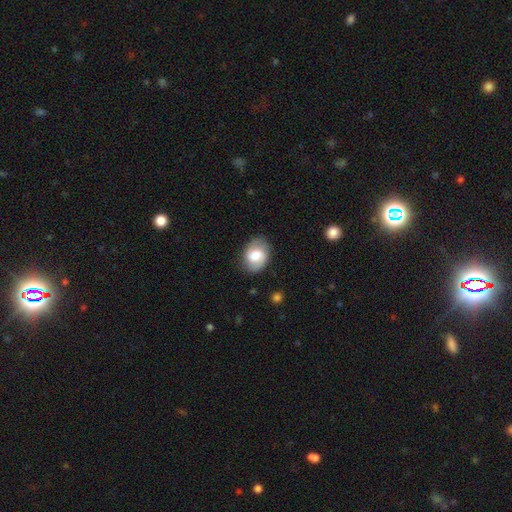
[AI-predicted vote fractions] Smooth or featured? Predicted: smooth (p=0.51). How rounded? Predicted: in between (p=0.69). Merging? Predicted: none (p=0.75).